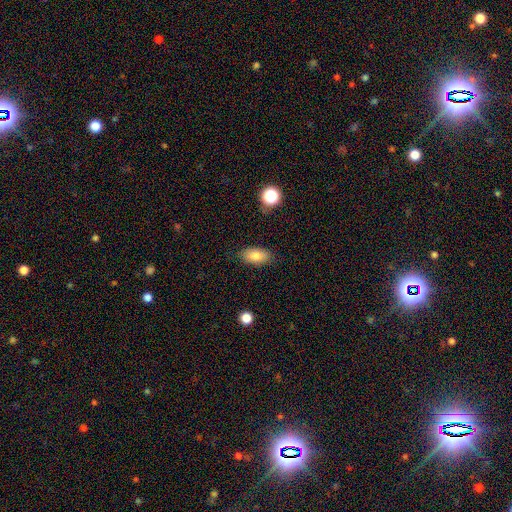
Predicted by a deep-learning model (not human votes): Smooth or featured? smooth (80%)
How rounded? in between (90%)
Merging? none (85%)